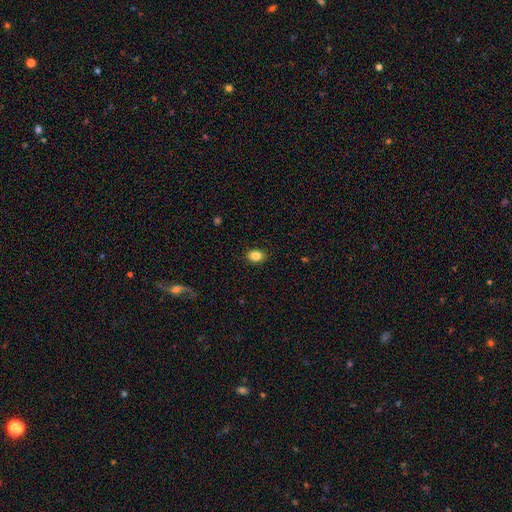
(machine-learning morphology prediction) This appears to be a smooth galaxy with no disk features (85%) that is in between round and cigar-shaped (68%). Merging: none (89%).